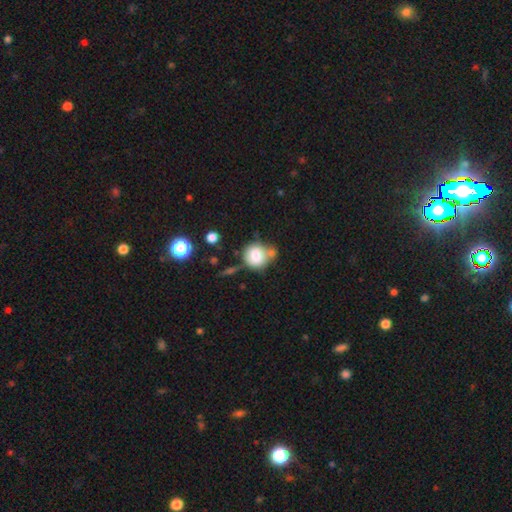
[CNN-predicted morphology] Overall: smooth (77%). How rounded: round (84%). Merging: none (51%; merger 22%).